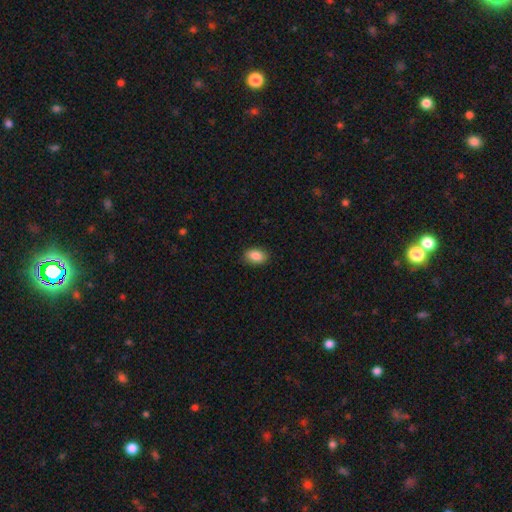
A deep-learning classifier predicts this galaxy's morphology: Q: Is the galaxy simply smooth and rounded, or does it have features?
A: smooth — 87%.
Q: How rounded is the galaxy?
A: in between — 84%.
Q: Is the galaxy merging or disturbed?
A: none — 87%.